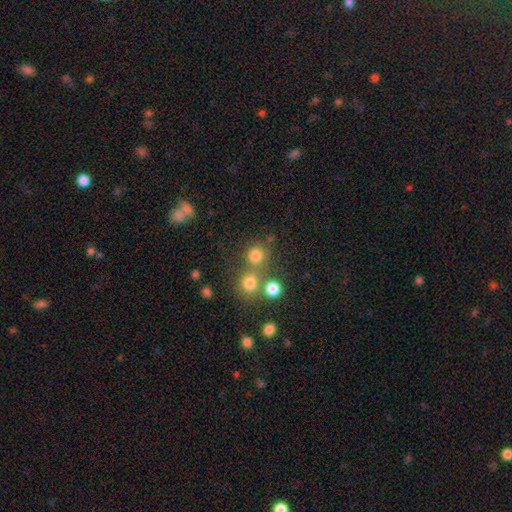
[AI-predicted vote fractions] smooth-or-featured: smooth: 78% | star or artifact: 15% | featured or disk: 7%
  how-rounded: round: 91% | in between: 8% | cigar-shaped: 1%
  merging: none: 62% | merger: 26% | minor disturbance: 8% | major disturbance: 4%